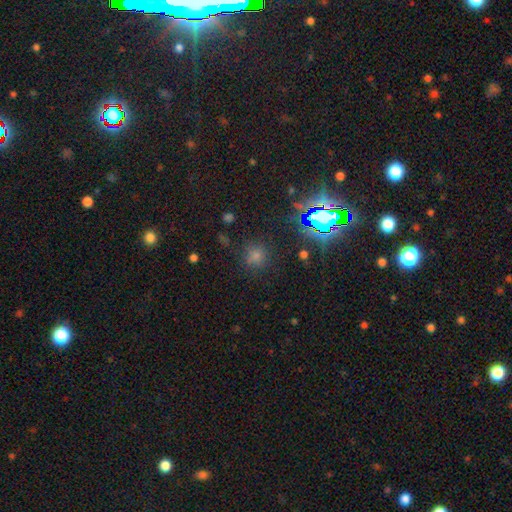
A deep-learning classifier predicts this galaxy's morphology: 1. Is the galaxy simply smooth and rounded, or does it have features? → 50% smooth, 42% star or artifact, 8% featured or disk.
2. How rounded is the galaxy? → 90% round, 9% in between, 1% cigar-shaped.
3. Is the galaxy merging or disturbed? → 84% none, 9% minor disturbance, 4% major disturbance, 3% merger.